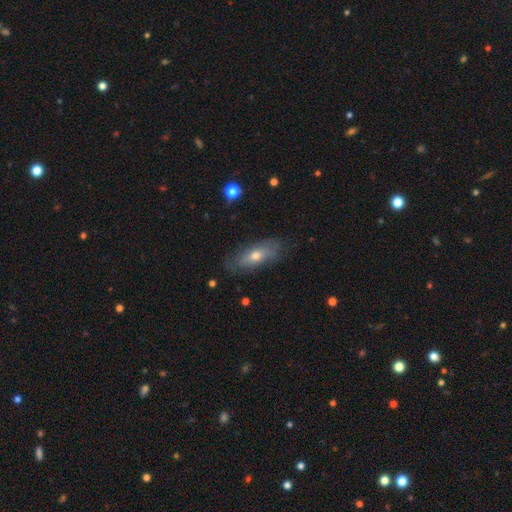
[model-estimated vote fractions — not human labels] A smooth galaxy with no disk features (50%). Merging: none (76%).